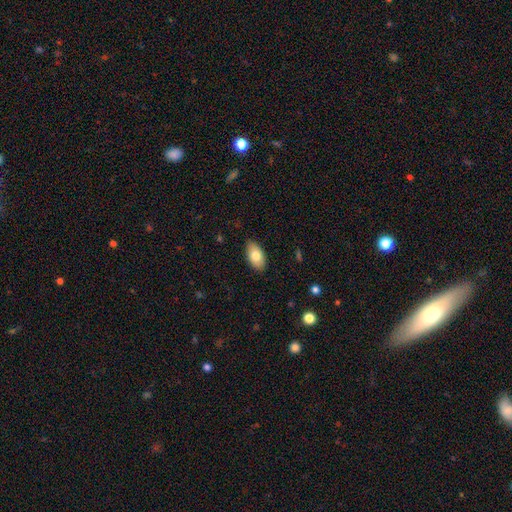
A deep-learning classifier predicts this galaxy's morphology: This appears to be a smooth galaxy with no disk features (79%) that is in between round and cigar-shaped (94%). Merging: none (88%).